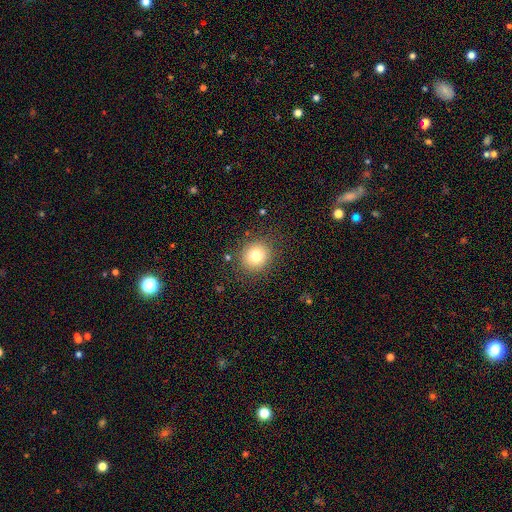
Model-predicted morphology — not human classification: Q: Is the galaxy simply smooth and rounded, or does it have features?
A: smooth — 77%.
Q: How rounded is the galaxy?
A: round — 87%.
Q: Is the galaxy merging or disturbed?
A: none — 86%.